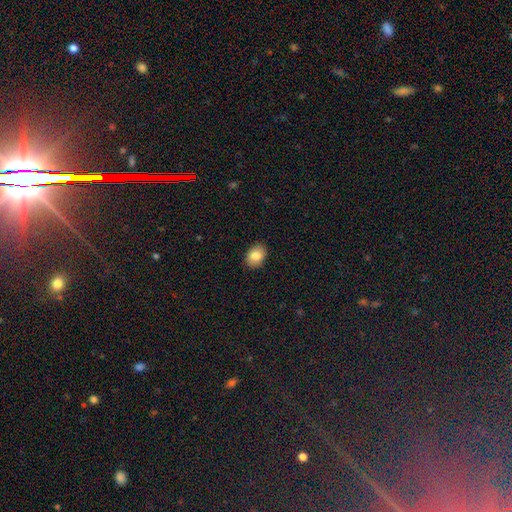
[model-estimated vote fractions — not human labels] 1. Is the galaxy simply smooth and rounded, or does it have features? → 84% smooth, 8% featured or disk, 8% star or artifact.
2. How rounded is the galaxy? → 73% in between, 26% round, 1% cigar-shaped.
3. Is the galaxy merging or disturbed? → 90% none, 7% minor disturbance, 2% major disturbance, 1% merger.